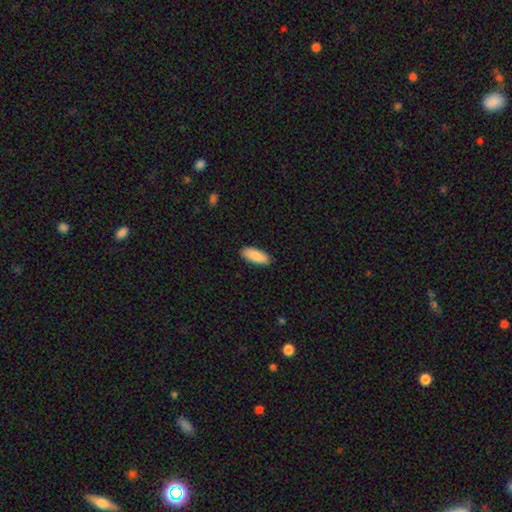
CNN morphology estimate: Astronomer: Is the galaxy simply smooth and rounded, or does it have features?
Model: smooth — 90%.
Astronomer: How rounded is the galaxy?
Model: in between — 75%.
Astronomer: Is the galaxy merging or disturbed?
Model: none — 90%.